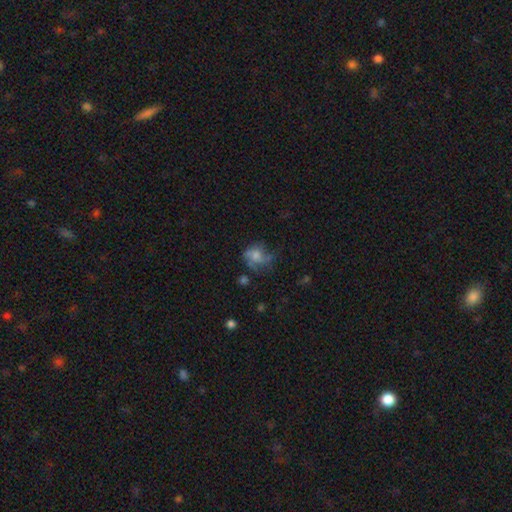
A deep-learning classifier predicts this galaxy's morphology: smooth 47%, featured or disk 38%, star or artifact 15%. Down the decision tree: merging — none (45%).